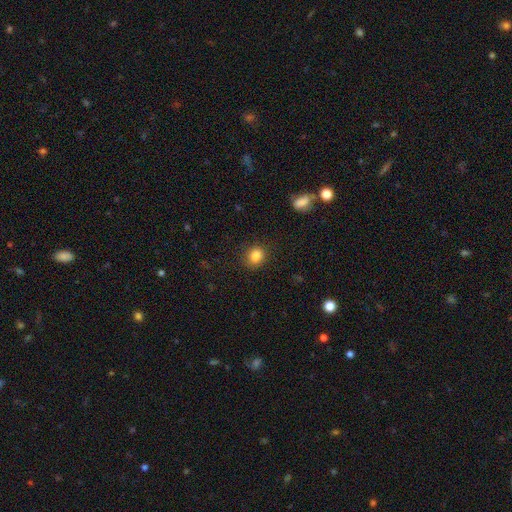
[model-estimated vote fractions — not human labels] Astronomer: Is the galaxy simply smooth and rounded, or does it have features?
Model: smooth — 86%.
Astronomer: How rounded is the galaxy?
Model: round — 66%.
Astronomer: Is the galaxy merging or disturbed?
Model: none — 85%.